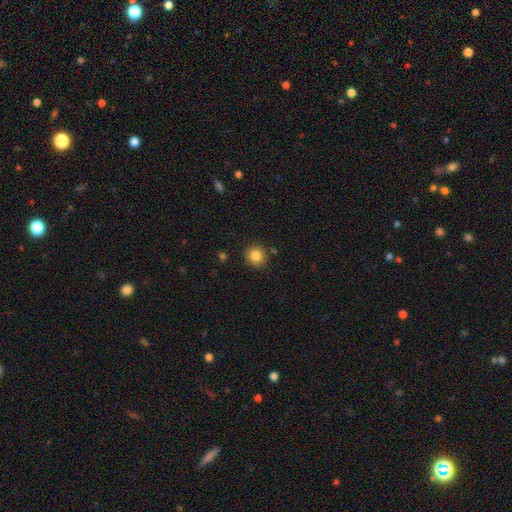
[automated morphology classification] smooth 85%, star or artifact 10%, featured or disk 5%. Down the decision tree: how rounded — round (92%); merging — none (87%).